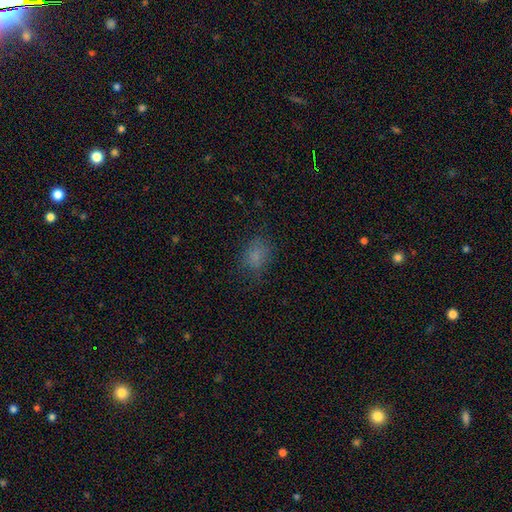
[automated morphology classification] Smooth or featured: smooth — 76% (star or artifact — 16%)
How rounded: in between — 61% (round — 38%)
Merging: none — 71% (minor disturbance — 19%)